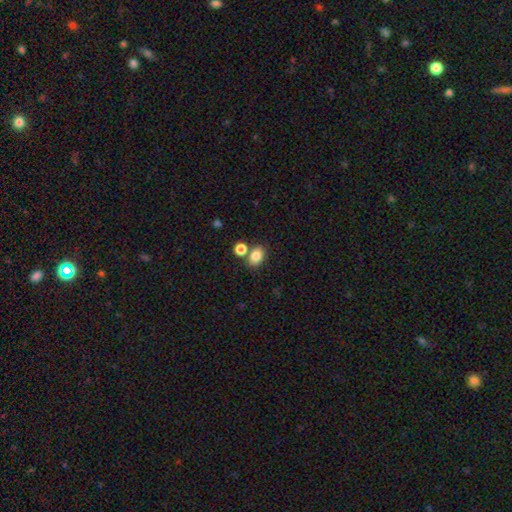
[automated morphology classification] smooth-or-featured: smooth: 83% | star or artifact: 10% | featured or disk: 6%
  how-rounded: in between: 70% | round: 29% | cigar-shaped: 1%
  merging: none: 66% | merger: 20% | minor disturbance: 11% | major disturbance: 3%